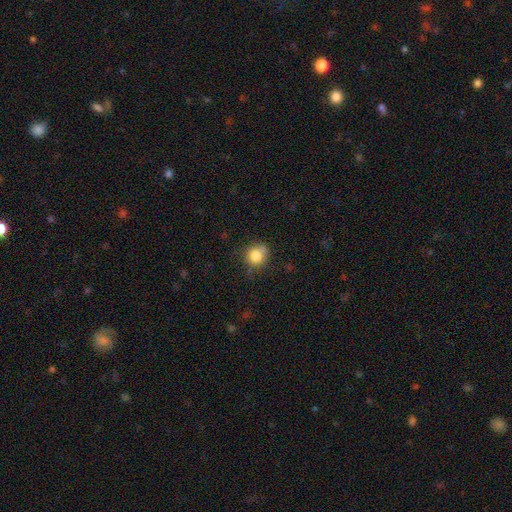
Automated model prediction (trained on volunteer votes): Smooth or featured?
  - smooth: 82% *
  - star or artifact: 10%
  - featured or disk: 7%
How rounded?
  - round: 86% *
  - in between: 13%
  - cigar-shaped: 1%
Merging?
  - none: 70% *
  - minor disturbance: 21%
  - major disturbance: 5%
  - merger: 4%